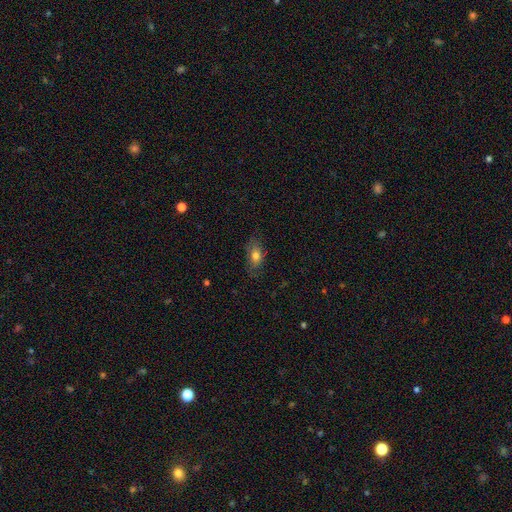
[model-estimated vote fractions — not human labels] Q: Smooth or featured?
A: smooth (72%); runner-up: featured or disk (18%)
Q: How rounded?
A: in between (83%); runner-up: round (10%)
Q: Merging?
A: none (74%); runner-up: minor disturbance (19%)